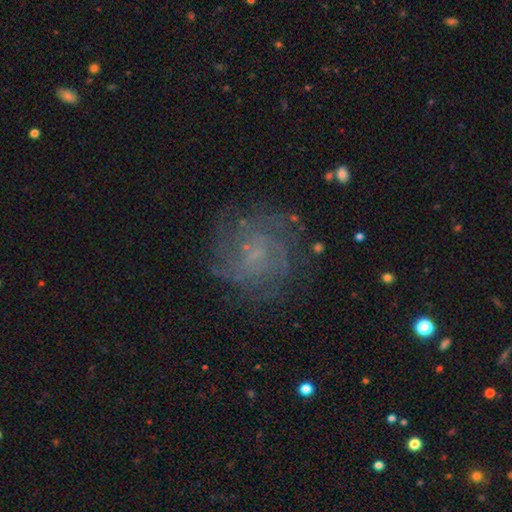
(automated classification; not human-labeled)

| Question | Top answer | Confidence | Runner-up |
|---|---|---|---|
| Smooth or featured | featured or disk | 63% | smooth (20%) |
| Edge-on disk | no | 98% | yes (2%) |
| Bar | no | 69% | weak (26%) |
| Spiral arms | yes | 85% | no (15%) |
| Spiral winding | tight | 51% | medium (35%) |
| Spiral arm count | can't tell | 48% | 3 (14%) |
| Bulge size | small | 49% | none (36%) |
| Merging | none | 76% | minor disturbance (14%) |